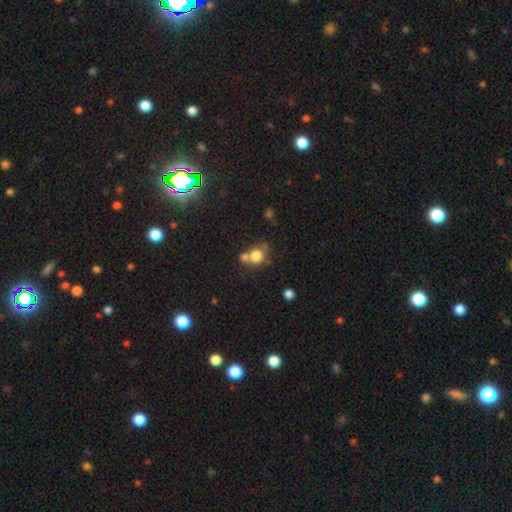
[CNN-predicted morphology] Smooth or featured? Predicted: smooth (p=0.76). How rounded? Predicted: round (p=0.80). Merging? Predicted: none (p=0.44).